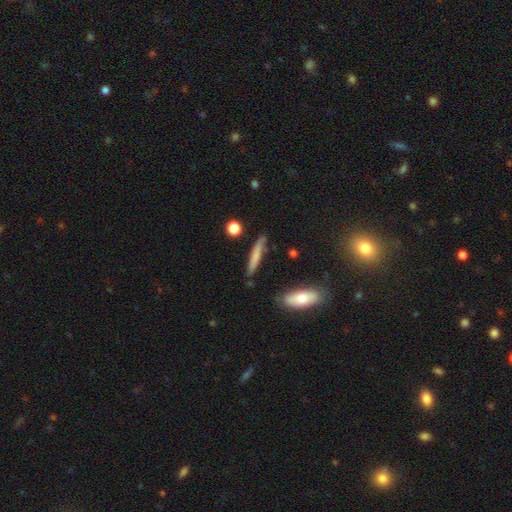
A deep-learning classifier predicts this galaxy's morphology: smooth-or-featured: smooth: 65% | featured or disk: 28% | star or artifact: 6%
  how-rounded: cigar-shaped: 92% | in between: 6% | round: 2%
  merging: none: 82% | minor disturbance: 12% | merger: 3% | major disturbance: 2%